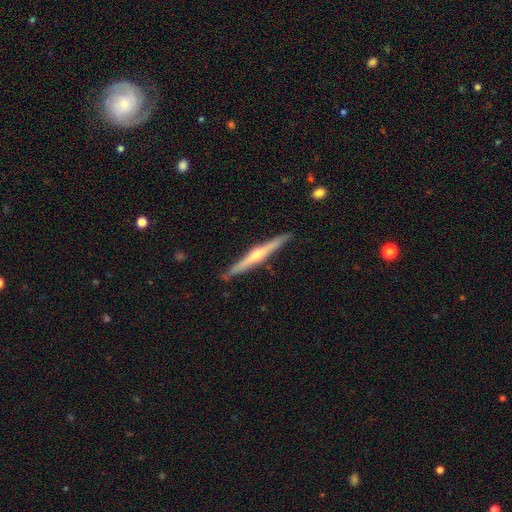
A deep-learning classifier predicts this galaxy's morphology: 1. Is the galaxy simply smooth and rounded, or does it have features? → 77% featured or disk, 18% smooth, 5% star or artifact.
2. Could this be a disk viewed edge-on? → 98% yes, 2% no.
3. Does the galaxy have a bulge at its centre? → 83% rounded, 11% none, 6% boxy.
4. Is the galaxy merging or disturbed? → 91% none, 7% minor disturbance, 1% major disturbance, 1% merger.